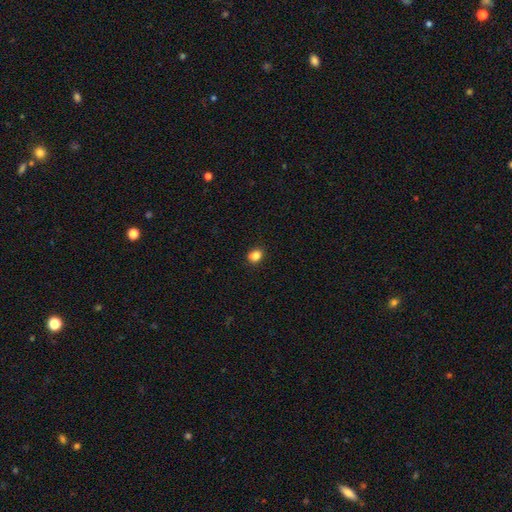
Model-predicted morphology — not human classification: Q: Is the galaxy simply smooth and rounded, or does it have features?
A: smooth — 84%.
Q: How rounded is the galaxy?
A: round — 63%.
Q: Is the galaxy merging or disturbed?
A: none — 88%.